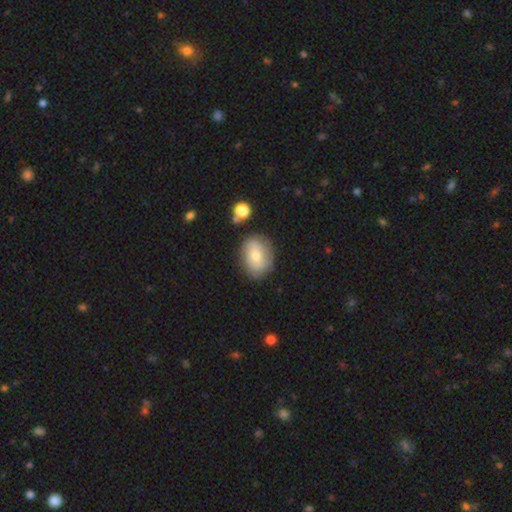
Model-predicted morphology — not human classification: Smooth or featured?
  - smooth: 63% *
  - featured or disk: 29%
  - star or artifact: 8%
How rounded?
  - in between: 67% *
  - round: 32%
  - cigar-shaped: 1%
Merging?
  - none: 73% *
  - minor disturbance: 18%
  - major disturbance: 5%
  - merger: 4%